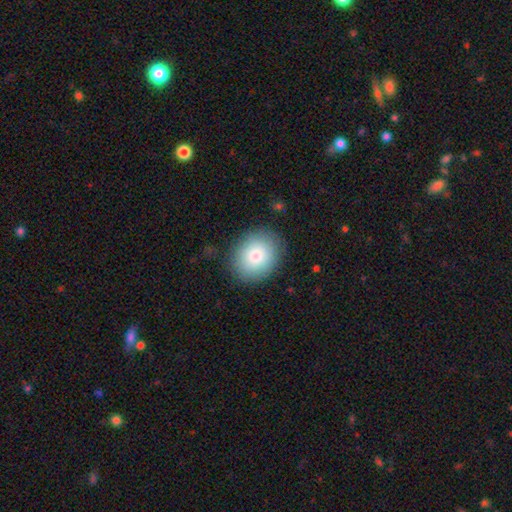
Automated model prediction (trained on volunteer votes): Smooth or featured? Predicted: smooth (p=0.80). How rounded? Predicted: round (p=0.62). Merging? Predicted: none (p=0.85).